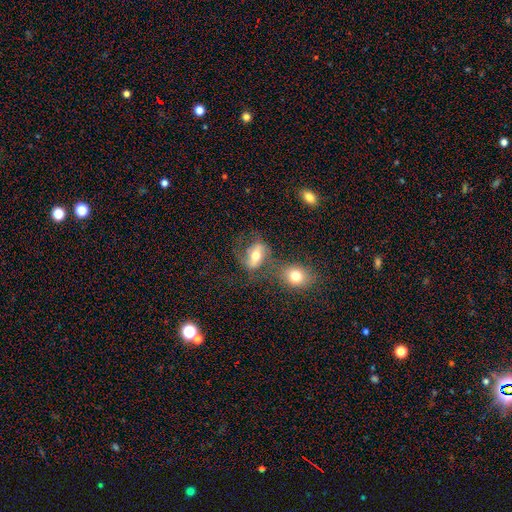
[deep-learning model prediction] Smooth or featured: featured or disk — 49% (smooth — 40%)
Merging: none — 38% (merger — 30%)